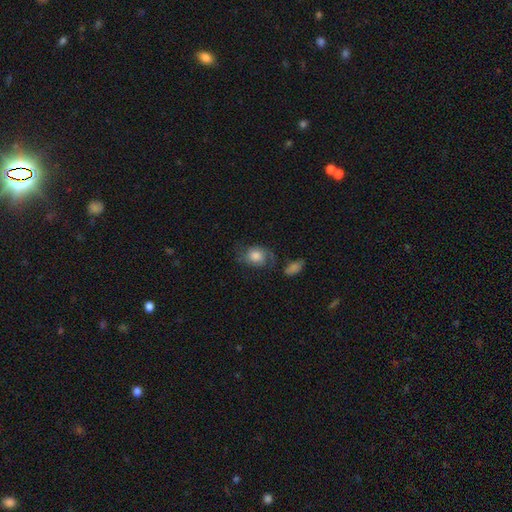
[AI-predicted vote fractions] smooth 55%, featured or disk 36%, star or artifact 9%. Down the decision tree: how rounded — in between (51%); merging — none (50%).